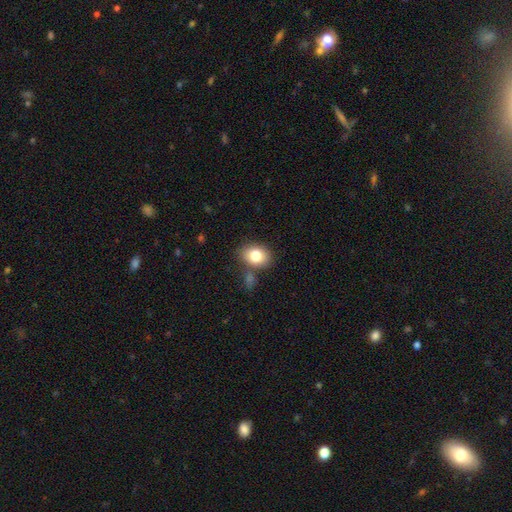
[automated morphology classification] Smooth or featured?
  - smooth: 80% *
  - featured or disk: 11%
  - star or artifact: 9%
How rounded?
  - in between: 66% *
  - round: 32%
  - cigar-shaped: 1%
Merging?
  - none: 72% *
  - minor disturbance: 14%
  - merger: 10%
  - major disturbance: 4%